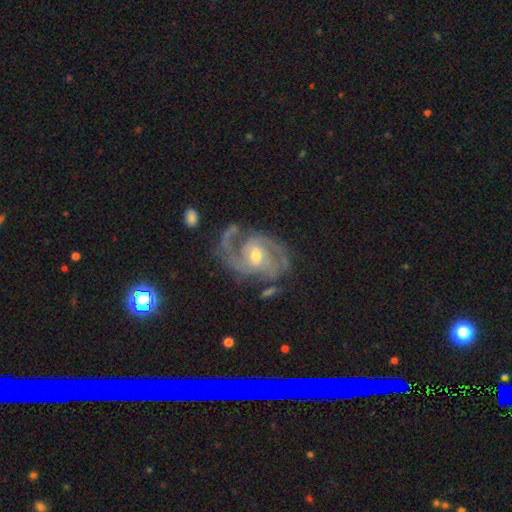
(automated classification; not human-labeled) Q: Smooth or featured?
A: featured or disk (90%); runner-up: smooth (5%)
Q: Edge-on disk?
A: no (98%); runner-up: yes (2%)
Q: Bar?
A: weak (46%); runner-up: no (40%)
Q: Spiral arms?
A: yes (97%); runner-up: no (3%)
Q: Spiral winding?
A: medium (48%); runner-up: tight (36%)
Q: Spiral arm count?
A: 2 (58%); runner-up: 3 (18%)
Q: Bulge size?
A: moderate (58%); runner-up: small (38%)
Q: Merging?
A: none (58%); runner-up: minor disturbance (22%)